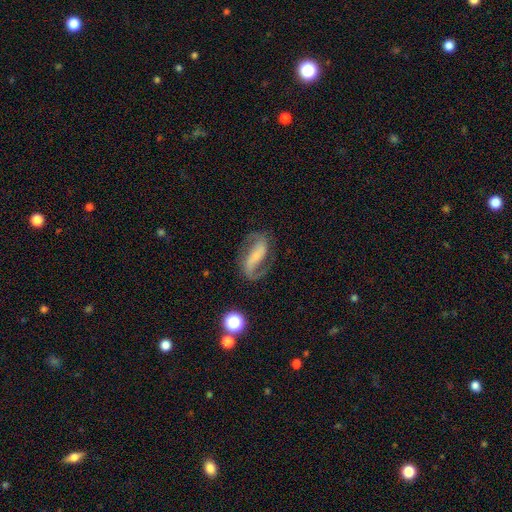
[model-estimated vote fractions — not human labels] This appears to be a featured or disk galaxy (83%) with a strong bar (48%), 2 (86%) medium (45%) spiral arms (96%) and a small central bulge (40%). Merging: none (72%).